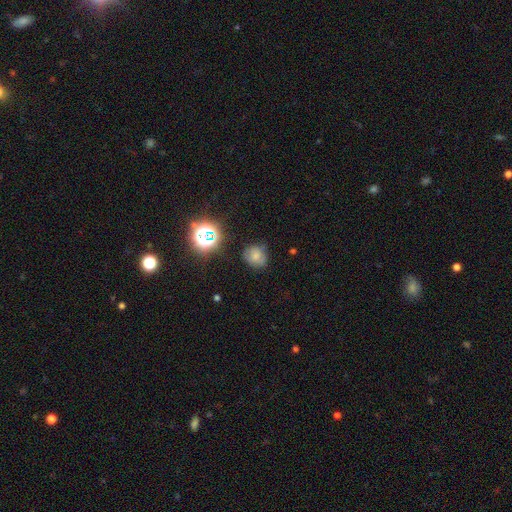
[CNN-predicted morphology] smooth 67%, star or artifact 19%, featured or disk 14%. Down the decision tree: how rounded — round (74%); merging — none (71%).